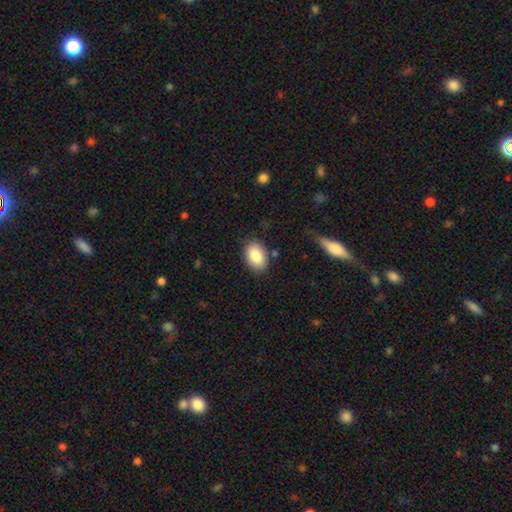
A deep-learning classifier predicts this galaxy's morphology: smooth_or_featured: smooth (p=0.85) [alt: featured or disk p=0.08]
how_rounded: in between (p=0.88) [alt: round p=0.11]
merging: none (p=0.83) [alt: minor disturbance p=0.12]